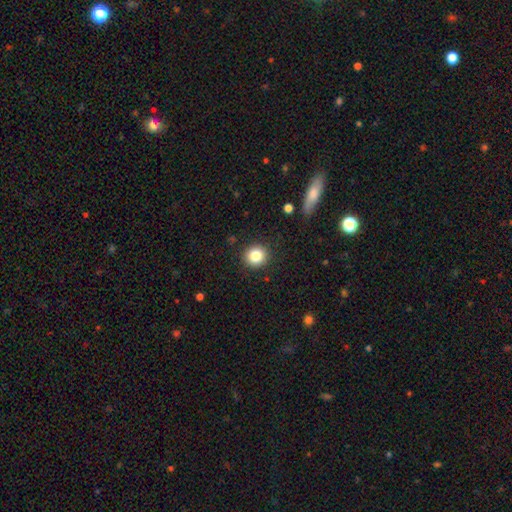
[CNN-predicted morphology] smooth_or_featured: smooth (p=0.84) [alt: star or artifact p=0.10]
how_rounded: round (p=0.89) [alt: in between p=0.10]
merging: none (p=0.90) [alt: minor disturbance p=0.07]